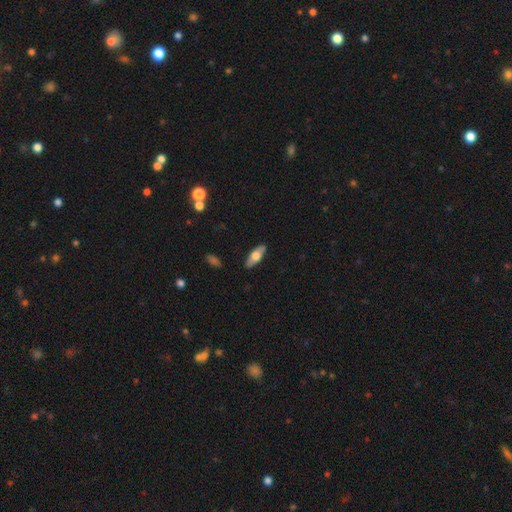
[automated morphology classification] Smooth or featured? Predicted: smooth (p=0.57). How rounded? Predicted: in between (p=0.71). Merging? Predicted: none (p=0.87).